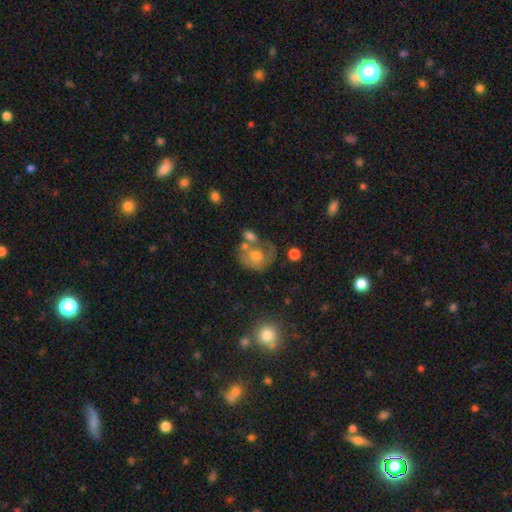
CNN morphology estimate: Smooth or featured?
  - smooth: 50% *
  - featured or disk: 39%
  - star or artifact: 11%
How rounded?
  - round: 57% *
  - in between: 42%
  - cigar-shaped: 1%
Merging?
  - merger: 31% * (tied)
  - none: 31% * (tied)
  - major disturbance: 20%
  - minor disturbance: 19%